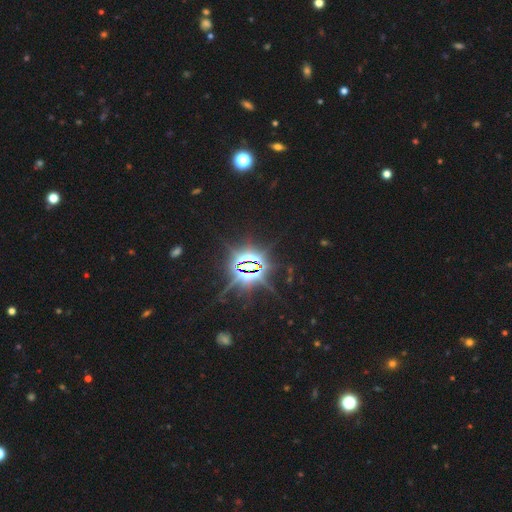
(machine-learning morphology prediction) Smooth or featured: star or artifact — 85% (featured or disk — 8%)